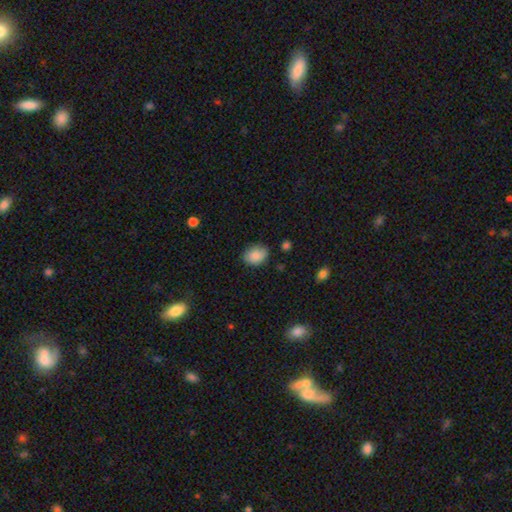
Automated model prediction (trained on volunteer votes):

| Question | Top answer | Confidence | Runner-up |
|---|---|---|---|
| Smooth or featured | smooth | 87% | star or artifact (8%) |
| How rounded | in between | 67% | round (32%) |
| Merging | none | 80% | minor disturbance (15%) |